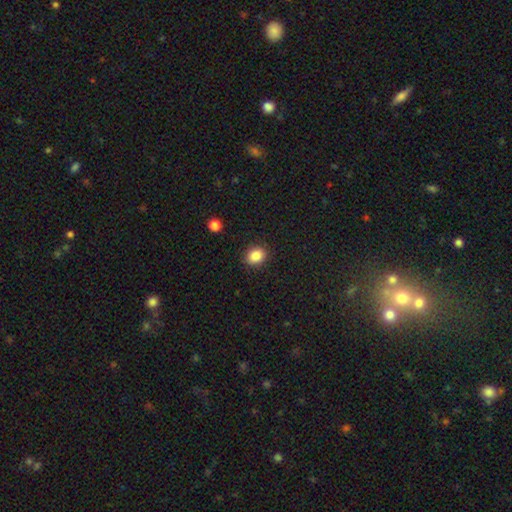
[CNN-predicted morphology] Q: Smooth or featured?
A: smooth (87%); runner-up: star or artifact (9%)
Q: How rounded?
A: round (51%); runner-up: in between (48%)
Q: Merging?
A: none (89%); runner-up: minor disturbance (8%)